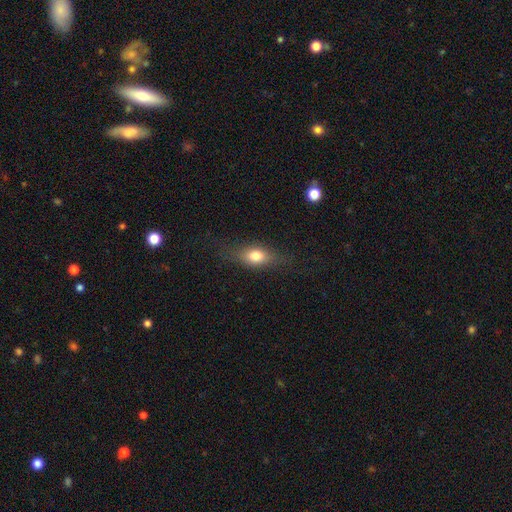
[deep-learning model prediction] Smooth or featured: smooth — 71% (featured or disk — 20%)
How rounded: in between — 71% (round — 16%)
Merging: none — 74% (minor disturbance — 17%)